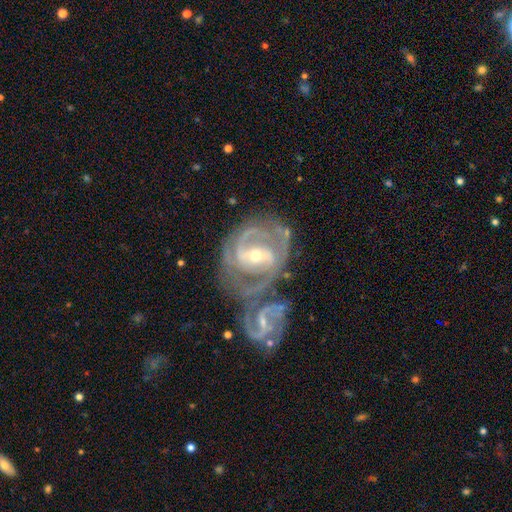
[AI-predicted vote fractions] smooth_or_featured: featured or disk (p=0.90) [alt: smooth p=0.05]
disk_edge_on: no (p=0.97) [alt: yes p=0.03]
bar: weak (p=0.41) [alt: strong p=0.39]
has_spiral_arms: yes (p=0.96) [alt: no p=0.04]
spiral_winding: medium (p=0.46) [alt: tight p=0.44]
spiral_arm_count: 2 (p=0.61) [alt: 3 p=0.17]
bulge_size: small (p=0.55) [alt: moderate p=0.42]
merging: merger (p=0.54) [alt: none p=0.24]